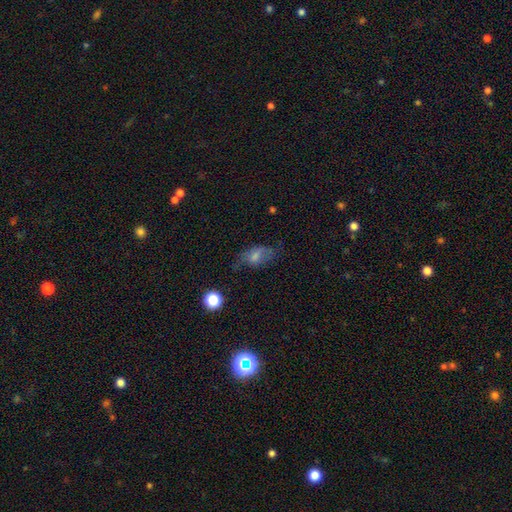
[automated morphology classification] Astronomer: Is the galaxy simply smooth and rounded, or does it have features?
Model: smooth — 58%.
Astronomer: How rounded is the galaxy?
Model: in between — 85%.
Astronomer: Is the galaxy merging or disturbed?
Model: none — 49% (runner-up: minor disturbance, 27%).